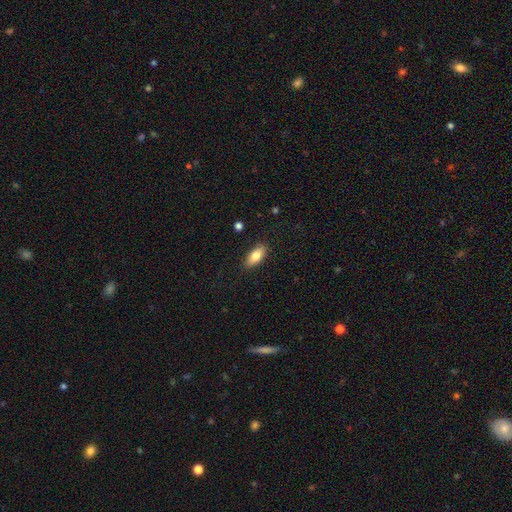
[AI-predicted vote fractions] smooth 80%, featured or disk 13%, star or artifact 7%. Down the decision tree: how rounded — in between (84%); merging — none (86%).